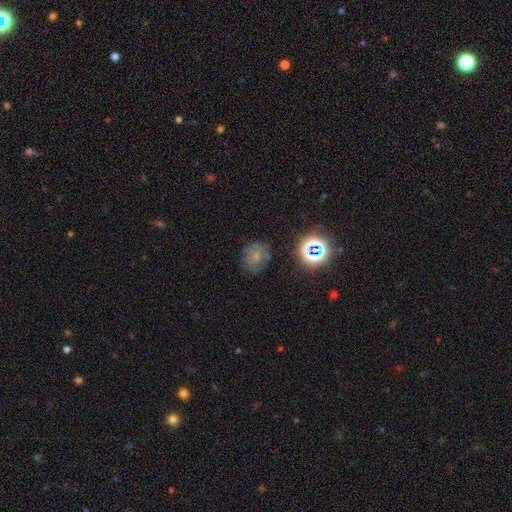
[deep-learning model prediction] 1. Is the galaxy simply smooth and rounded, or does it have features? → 56% smooth, 23% star or artifact, 21% featured or disk.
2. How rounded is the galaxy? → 68% round, 31% in between, 1% cigar-shaped.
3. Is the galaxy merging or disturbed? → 69% none, 20% minor disturbance, 8% major disturbance, 3% merger.